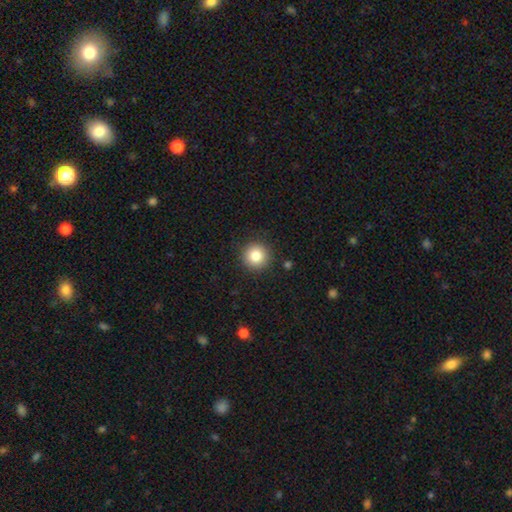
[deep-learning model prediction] smooth 83%, star or artifact 10%, featured or disk 7%. Down the decision tree: how rounded — round (95%); merging — none (91%).